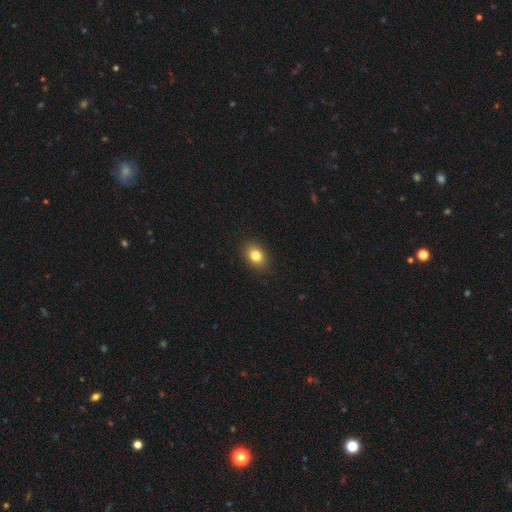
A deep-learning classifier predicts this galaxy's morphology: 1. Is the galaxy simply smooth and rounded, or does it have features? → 83% smooth, 10% star or artifact, 7% featured or disk.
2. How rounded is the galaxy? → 68% in between, 31% round, 1% cigar-shaped.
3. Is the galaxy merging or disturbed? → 89% none, 8% minor disturbance, 2% major disturbance, 1% merger.